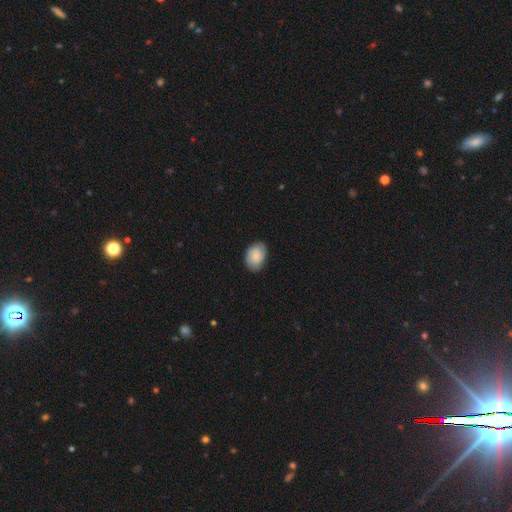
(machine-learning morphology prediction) Overall: smooth (78%). How rounded: in between (82%). Merging: none (80%).